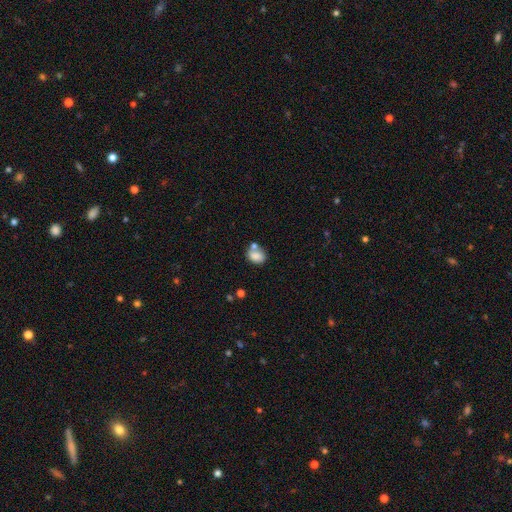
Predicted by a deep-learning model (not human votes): Morphology: type=smooth (80%); roundness=in between (64%); merging=none (47%).